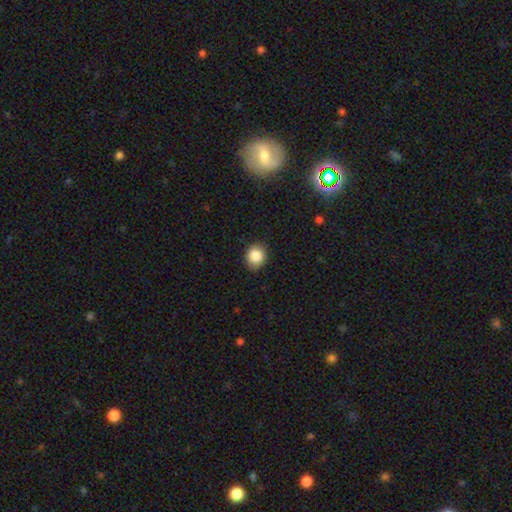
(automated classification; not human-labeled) This appears to be a smooth galaxy with no disk features (86%) that is round (68%). Merging: none (87%).